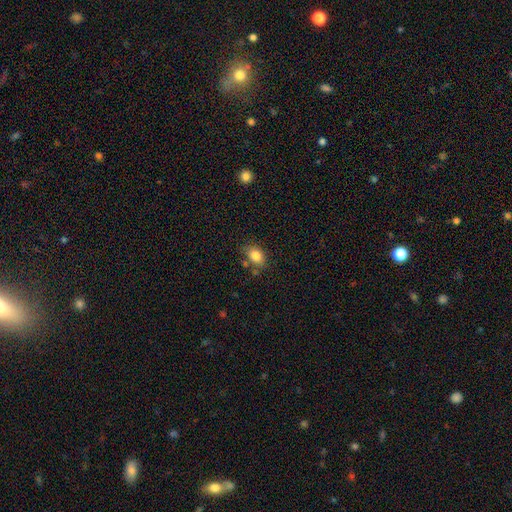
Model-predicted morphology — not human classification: Smooth or featured: smooth — 83% (star or artifact — 9%)
How rounded: in between — 77% (round — 22%)
Merging: none — 70% (minor disturbance — 18%)